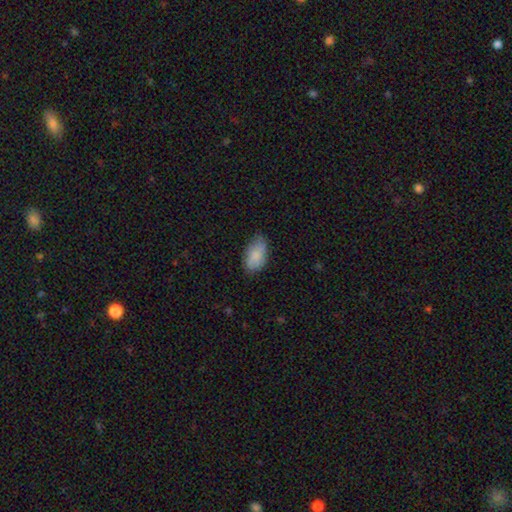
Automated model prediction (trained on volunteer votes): Smooth or featured: smooth — 83% (featured or disk — 10%)
How rounded: in between — 93% (round — 5%)
Merging: none — 67% (minor disturbance — 27%)